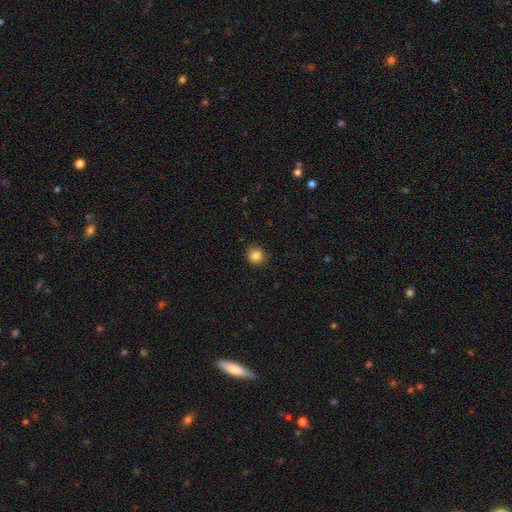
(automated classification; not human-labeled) A smooth galaxy with no disk features (85%) that is round (89%).

Vote fractions:
- Smooth or featured? smooth: 85% / star or artifact: 10% / featured or disk: 5%
- How rounded? round: 89% / in between: 11% / cigar-shaped: 1%
- Merging? none: 87% / minor disturbance: 10% / major disturbance: 2% / merger: 1%